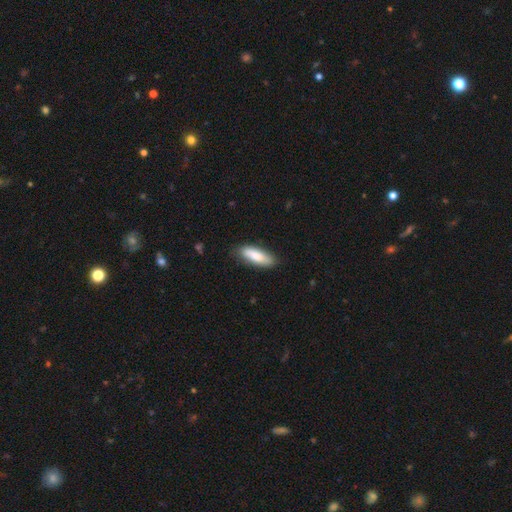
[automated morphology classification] Smooth or featured: smooth — 79% (featured or disk — 16%)
How rounded: in between — 60% (cigar-shaped — 38%)
Merging: none — 79% (minor disturbance — 17%)